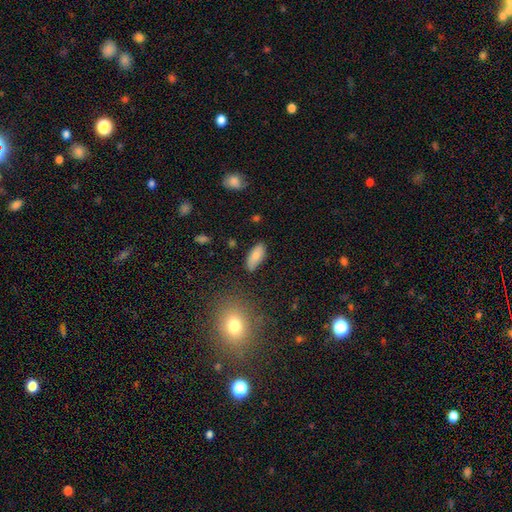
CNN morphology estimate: Smooth or featured? Predicted: smooth (p=0.80). How rounded? Predicted: in between (p=0.85). Merging? Predicted: none (p=0.81).